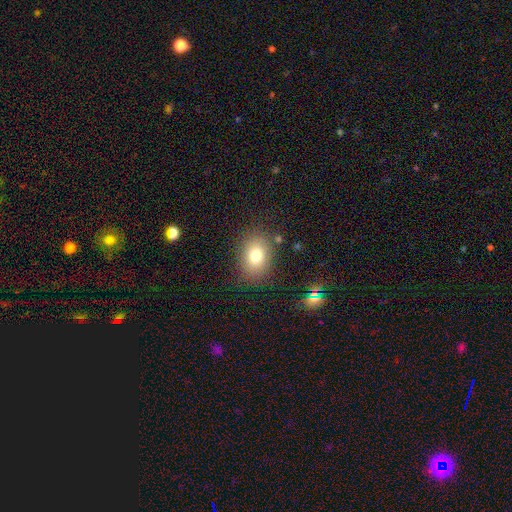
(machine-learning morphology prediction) Smooth or featured? smooth (77%)
How rounded? in between (68%)
Merging? none (82%)